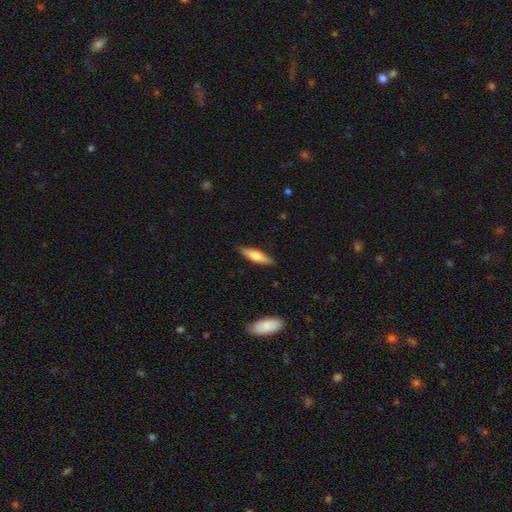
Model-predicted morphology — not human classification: Smooth or featured? smooth (63%)
How rounded? cigar-shaped (69%)
Merging? none (87%)